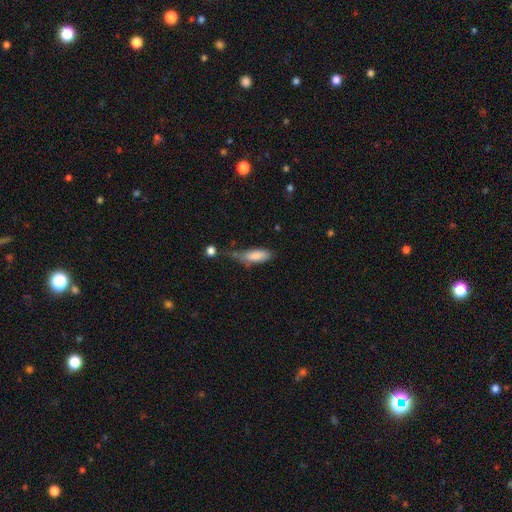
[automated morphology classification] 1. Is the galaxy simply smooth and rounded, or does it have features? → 84% smooth, 9% featured or disk, 7% star or artifact.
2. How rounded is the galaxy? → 72% in between, 26% cigar-shaped, 2% round.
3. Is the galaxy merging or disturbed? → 40% none, 35% minor disturbance, 16% major disturbance, 8% merger.